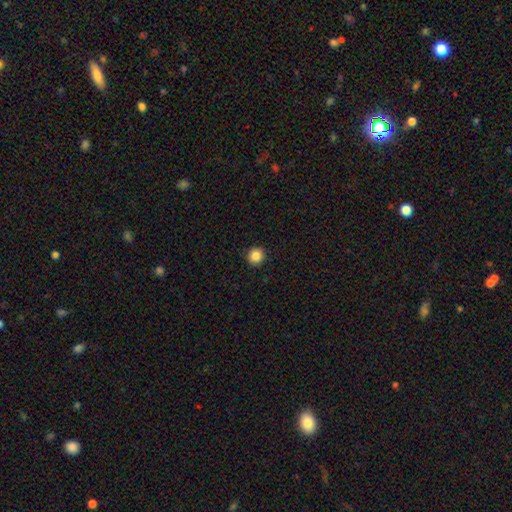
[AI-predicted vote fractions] smooth 86%, star or artifact 10%, featured or disk 4%. Down the decision tree: how rounded — round (95%); merging — none (93%).